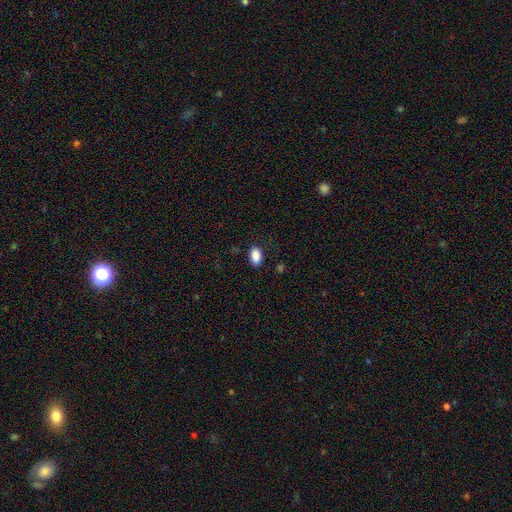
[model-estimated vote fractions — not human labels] smooth-or-featured: smooth: 89% | star or artifact: 8% | featured or disk: 3%
  how-rounded: in between: 92% | round: 6% | cigar-shaped: 2%
  merging: none: 85% | minor disturbance: 11% | major disturbance: 3% | merger: 1%